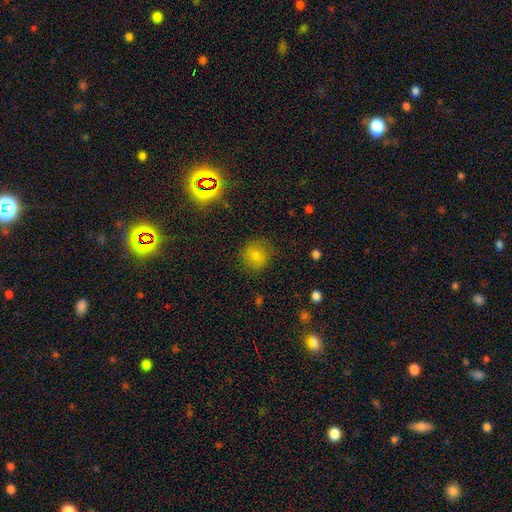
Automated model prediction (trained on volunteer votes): A smooth galaxy with no disk features (65%) that is round (89%).

Vote fractions:
- Smooth or featured? smooth: 65% / star or artifact: 24% / featured or disk: 11%
- How rounded? round: 89% / in between: 10% / cigar-shaped: 1%
- Merging? none: 84% / minor disturbance: 11% / major disturbance: 4% / merger: 1%